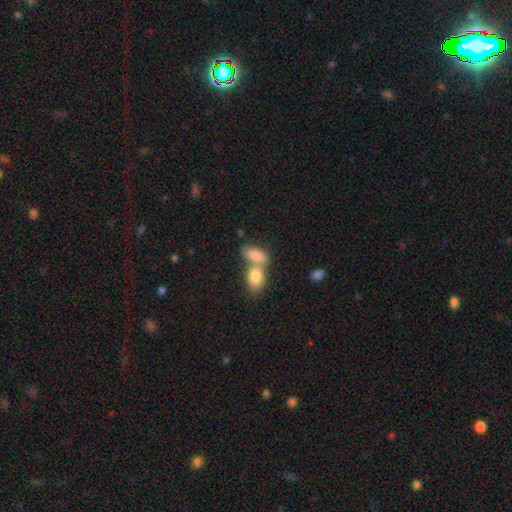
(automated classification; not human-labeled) Smooth or featured?
  - smooth: 84% *
  - featured or disk: 9%
  - star or artifact: 6%
How rounded?
  - in between: 88% *
  - cigar-shaped: 6%
  - round: 6%
Merging?
  - merger: 58% *
  - none: 30%
  - minor disturbance: 8%
  - major disturbance: 4%